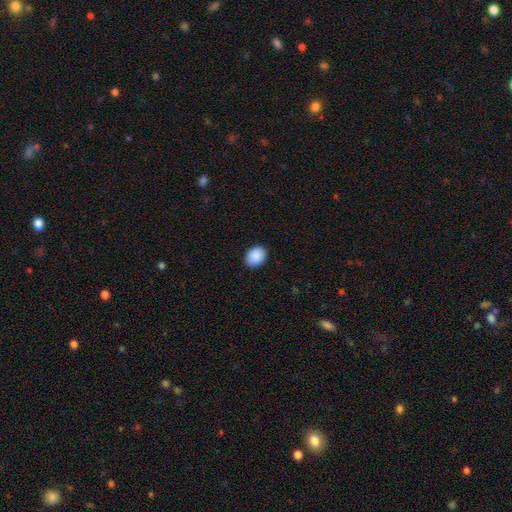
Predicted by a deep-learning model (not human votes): smooth_or_featured: smooth (p=0.90) [alt: star or artifact p=0.07]
how_rounded: in between (p=0.61) [alt: round p=0.39]
merging: none (p=0.89) [alt: minor disturbance p=0.09]